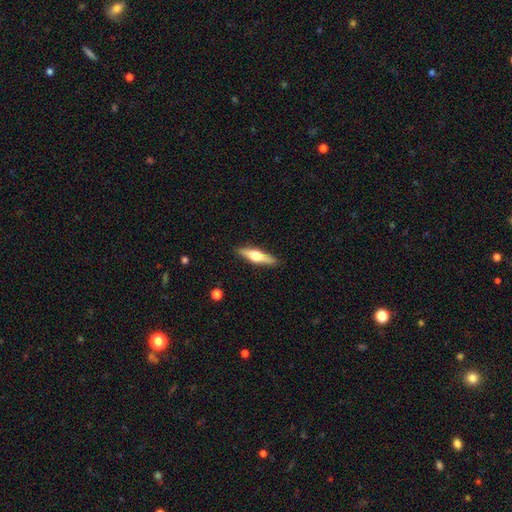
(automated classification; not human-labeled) smooth_or_featured: featured or disk (p=0.53) [alt: smooth p=0.41]
disk_edge_on: yes (p=0.95) [alt: no p=0.05]
edge_on_bulge: rounded (p=0.93) [alt: boxy p=0.04]
merging: none (p=0.89) [alt: minor disturbance p=0.08]